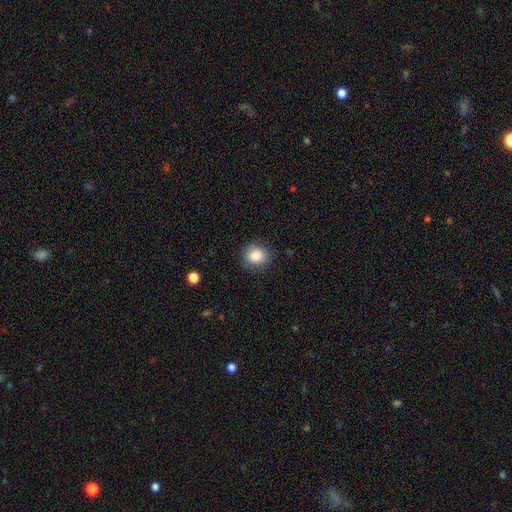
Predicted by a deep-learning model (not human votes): Q: Smooth or featured?
A: smooth (86%); runner-up: star or artifact (8%)
Q: How rounded?
A: round (73%); runner-up: in between (26%)
Q: Merging?
A: none (80%); runner-up: minor disturbance (14%)